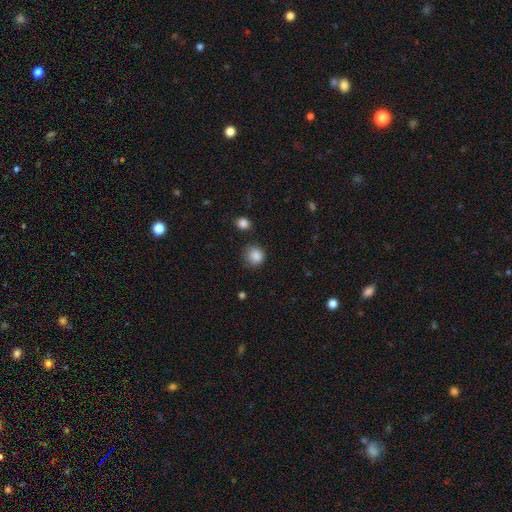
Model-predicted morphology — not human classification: smooth_or_featured: smooth (p=0.87) [alt: star or artifact p=0.10]
how_rounded: round (p=0.90) [alt: in between p=0.09]
merging: none (p=0.80) [alt: minor disturbance p=0.14]